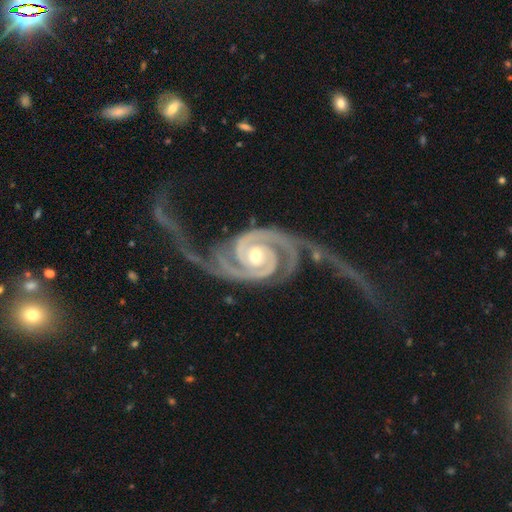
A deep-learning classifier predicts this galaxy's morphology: Smooth or featured: featured or disk — 95% (star or artifact — 3%)
Edge-on disk: no — 98% (yes — 2%)
Bar: no — 52% (weak — 27%)
Spiral arms: yes — 99% (no — 1%)
Spiral winding: tight — 49% (medium — 36%)
Spiral arm count: 2 — 89% (3 — 3%)
Bulge size: moderate — 69% (small — 26%)
Merging: none — 41% (major disturbance — 35%)